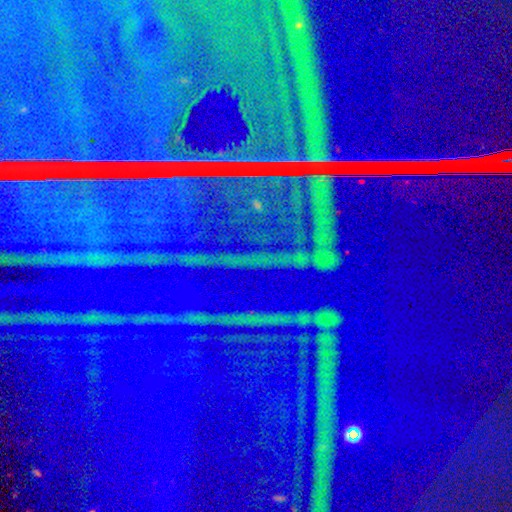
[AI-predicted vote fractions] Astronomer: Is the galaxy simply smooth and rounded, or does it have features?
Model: star or artifact — 88%.